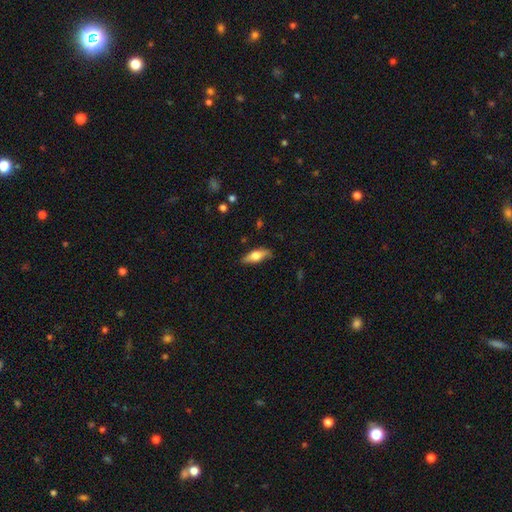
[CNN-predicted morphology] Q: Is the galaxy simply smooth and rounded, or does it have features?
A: smooth — 57%.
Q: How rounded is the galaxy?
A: in between — 63%.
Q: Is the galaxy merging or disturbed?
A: none — 81%.